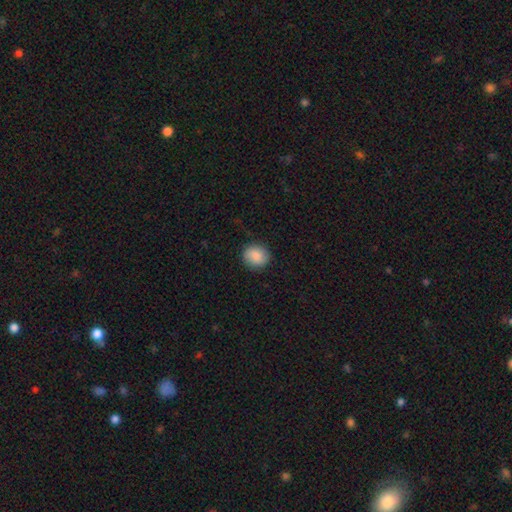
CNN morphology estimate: type=smooth (86%); roundness=round (83%); merging=none (88%).